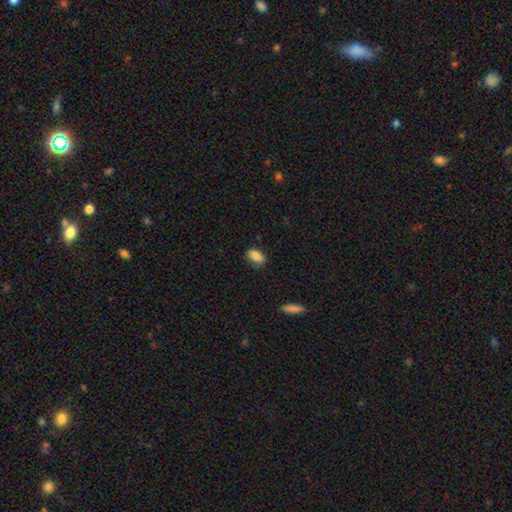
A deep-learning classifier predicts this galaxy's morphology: Smooth or featured: smooth — 83% (featured or disk — 9%)
How rounded: in between — 89% (round — 6%)
Merging: none — 71% (minor disturbance — 22%)